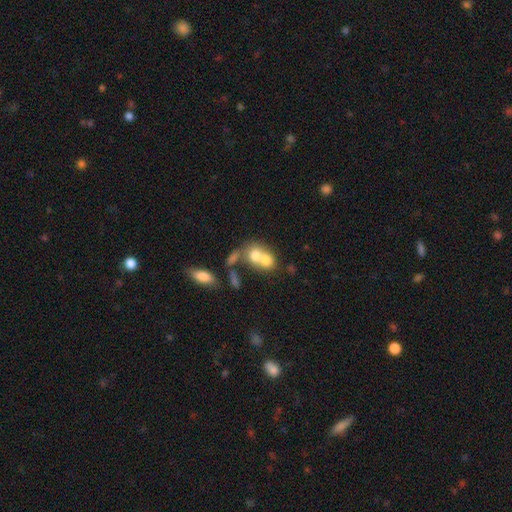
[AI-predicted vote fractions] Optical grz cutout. It shows a smooth galaxy with no disk features (68%) that is round (55%). Merging: merger (70%).